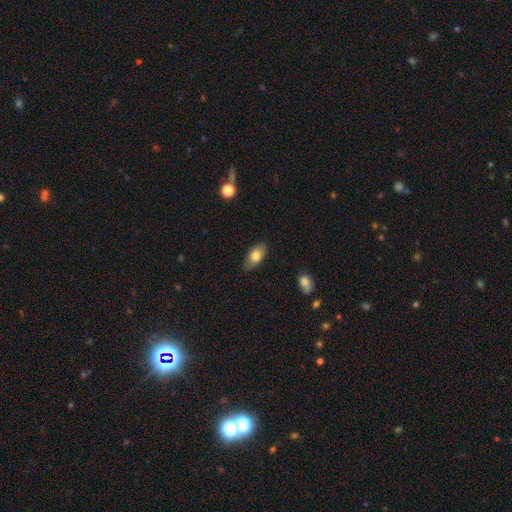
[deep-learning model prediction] This appears to be a smooth galaxy with no disk features (78%) that is in between round and cigar-shaped (91%). Merging: none (79%).